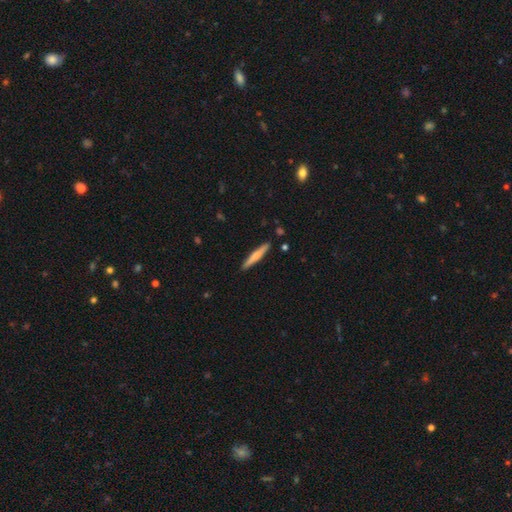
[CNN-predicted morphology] Overall: smooth (57%; featured or disk 38%). How rounded: cigar-shaped (93%). Merging: none (91%).